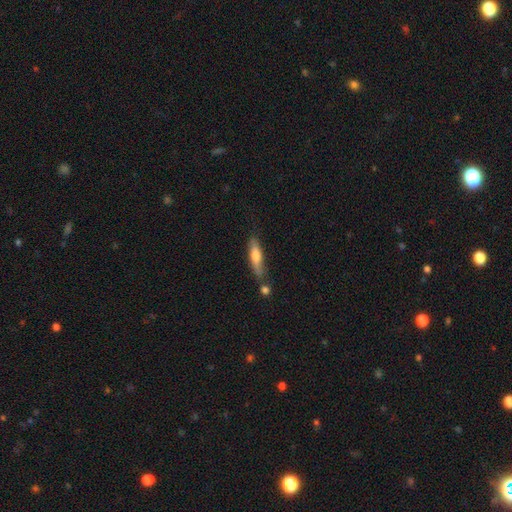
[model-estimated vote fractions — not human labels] This appears to be a smooth galaxy with no disk features (63%) that is cigar-shaped (72%). Merging: none (63%).